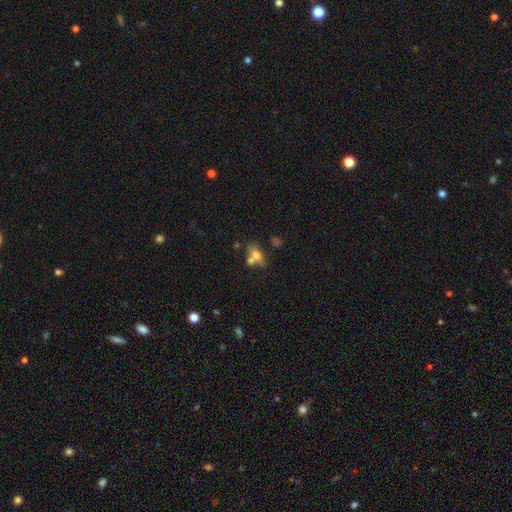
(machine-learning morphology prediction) The model was most divided on "merging": merger: 41%, none: 39%, minor disturbance: 13%, major disturbance: 7%. More confident: how rounded — in between (70%); smooth or featured — smooth (64%).